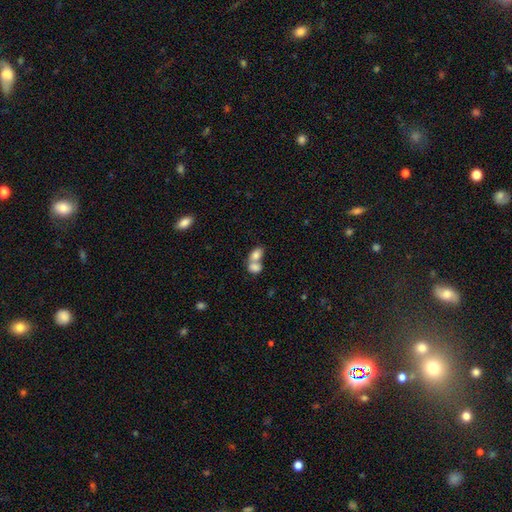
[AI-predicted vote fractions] smooth 79%, featured or disk 13%, star or artifact 8%. Down the decision tree: how rounded — in between (79%); merging — merger (72%).